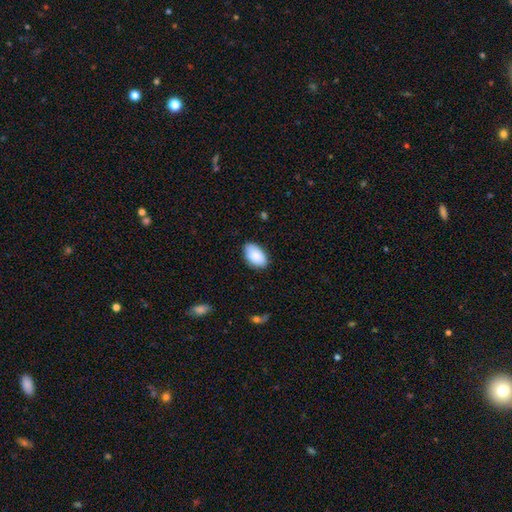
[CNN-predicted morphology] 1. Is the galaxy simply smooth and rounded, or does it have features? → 88% smooth, 6% star or artifact, 6% featured or disk.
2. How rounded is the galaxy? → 94% in between, 4% round, 1% cigar-shaped.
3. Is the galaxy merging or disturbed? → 81% none, 16% minor disturbance, 3% major disturbance, 1% merger.